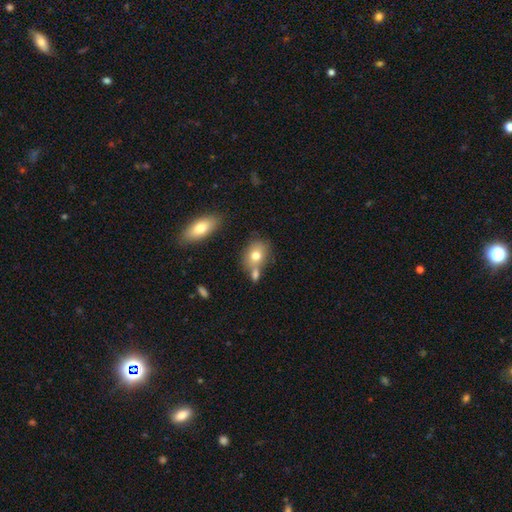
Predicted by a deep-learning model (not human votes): Overall: smooth (75%). How rounded: in between (61%; round 37%). Merging: none (51%; merger 30%).